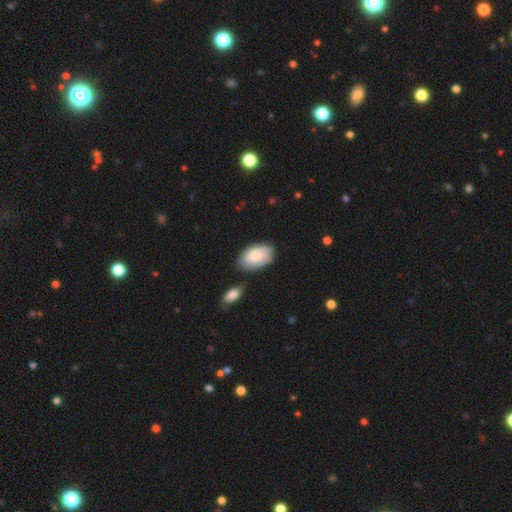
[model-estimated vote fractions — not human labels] smooth-or-featured: smooth: 84% | featured or disk: 10% | star or artifact: 5%
  how-rounded: in between: 94% | round: 5% | cigar-shaped: 1%
  merging: none: 71% | minor disturbance: 18% | merger: 7% | major disturbance: 4%